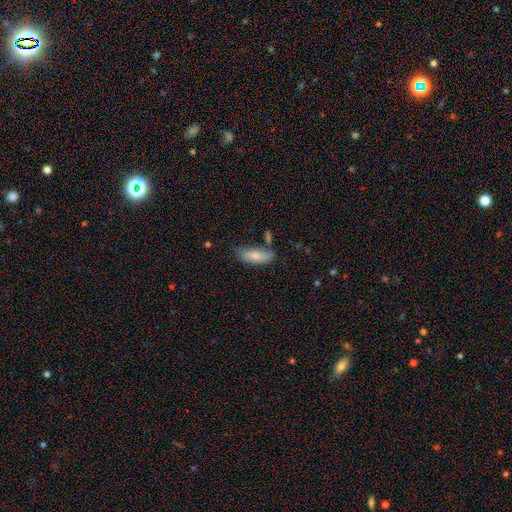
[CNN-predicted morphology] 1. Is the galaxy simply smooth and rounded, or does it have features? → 76% smooth, 18% featured or disk, 6% star or artifact.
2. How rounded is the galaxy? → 76% in between, 22% cigar-shaped, 2% round.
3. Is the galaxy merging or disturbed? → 58% none, 26% minor disturbance, 9% merger, 7% major disturbance.